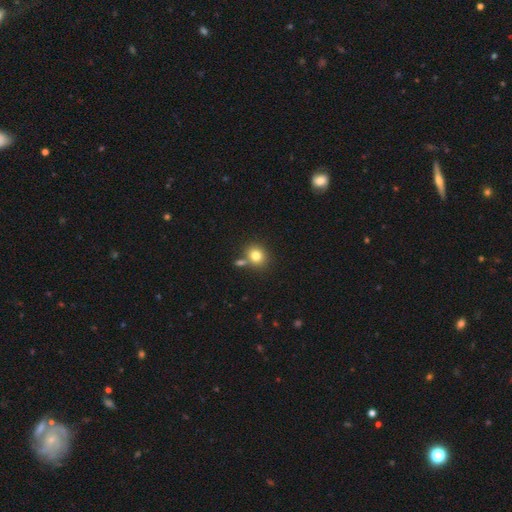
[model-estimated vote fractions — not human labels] This appears to be a smooth galaxy with no disk features (80%) that is round (71%). Merging: none (67%).